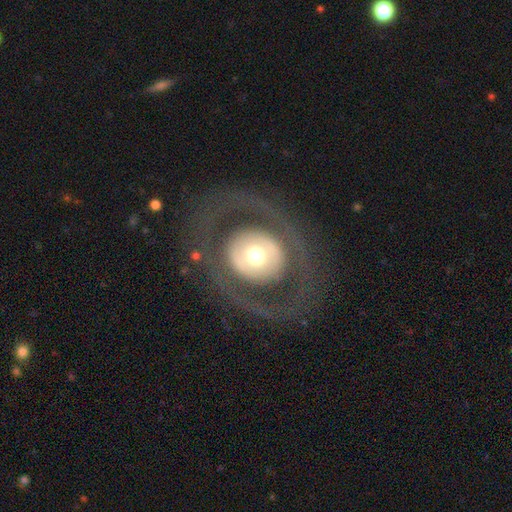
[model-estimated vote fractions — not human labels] smooth_or_featured: featured or disk (p=0.57) [alt: smooth p=0.37]
disk_edge_on: no (p=0.93) [alt: yes p=0.07]
bar: no (p=0.85) [alt: weak p=0.09]
has_spiral_arms: no (p=0.85) [alt: yes p=0.15]
bulge_size: moderate (p=0.58) [alt: large p=0.27]
merging: none (p=0.78) [alt: major disturbance p=0.12]